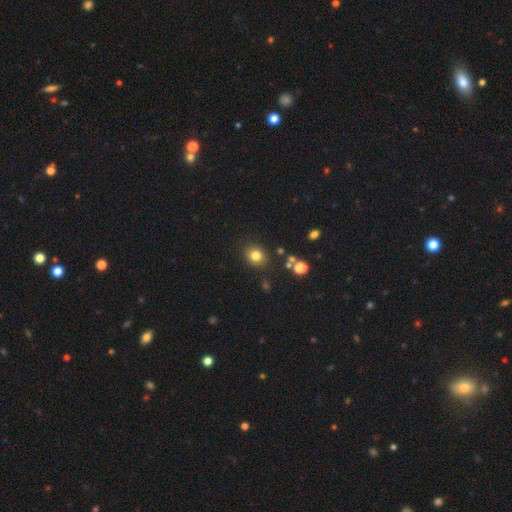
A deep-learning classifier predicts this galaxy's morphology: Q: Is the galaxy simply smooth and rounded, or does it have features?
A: smooth — 80%.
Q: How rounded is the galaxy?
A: round — 75%.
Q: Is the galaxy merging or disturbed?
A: none — 84%.